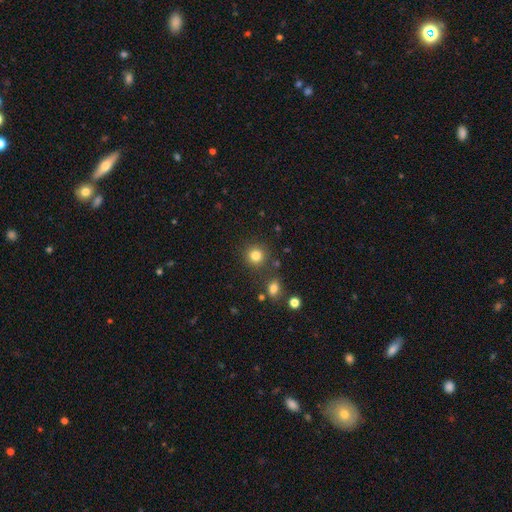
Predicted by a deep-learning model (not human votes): The model was most divided on "smooth or featured": smooth: 82%, star or artifact: 12%, featured or disk: 6%. More confident: how rounded — round (91%); merging — none (84%).